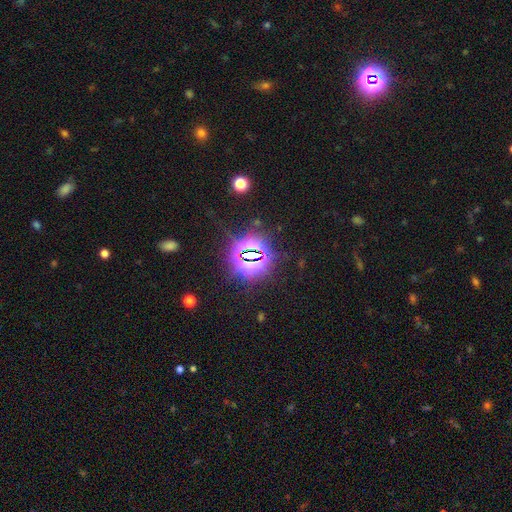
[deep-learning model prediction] Smooth or featured? Predicted: star or artifact (p=0.82).